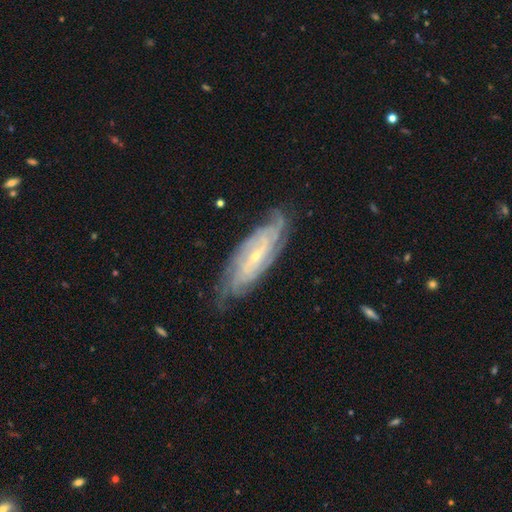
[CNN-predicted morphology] This appears to be a featured or disk galaxy (86%) with no bar (50%), tight (70%) spiral arms (97%) and a small central bulge (78%). Merging: none (77%).